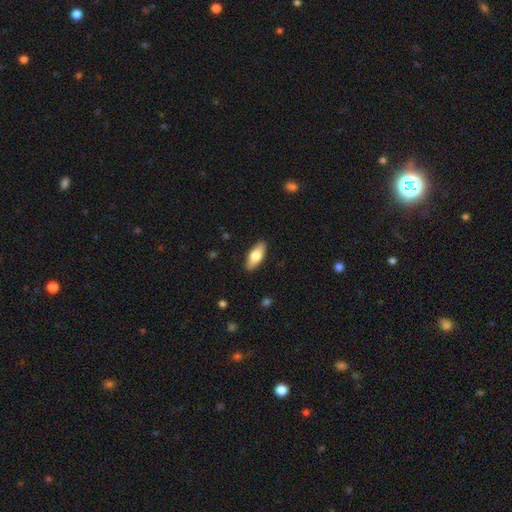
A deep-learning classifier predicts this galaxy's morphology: The model was most divided on "smooth or featured": smooth: 72%, featured or disk: 23%, star or artifact: 6%. More confident: merging — none (89%); how rounded — in between (77%).